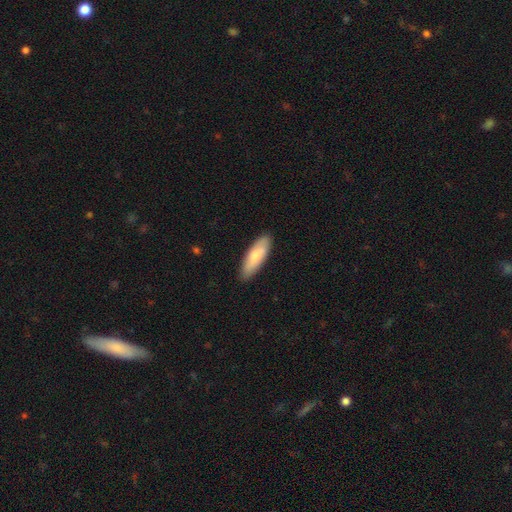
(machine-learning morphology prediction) A smooth galaxy with no disk features (75%) that is in between round and cigar-shaped (61%).

Vote fractions:
- Smooth or featured? smooth: 75% / featured or disk: 20% / star or artifact: 5%
- How rounded? in between: 61% / cigar-shaped: 37% / round: 2%
- Merging? none: 87% / minor disturbance: 10% / major disturbance: 2% / merger: 1%